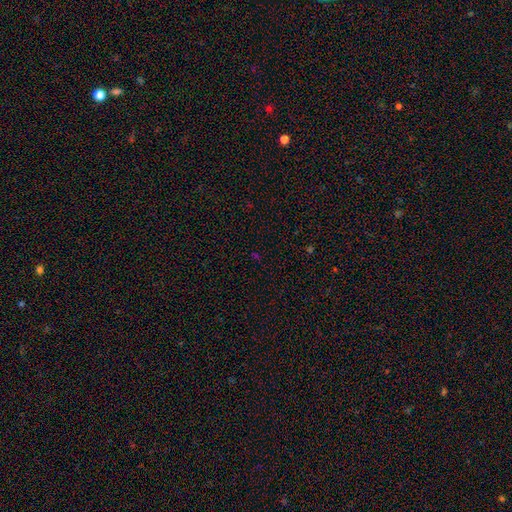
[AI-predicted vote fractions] Morphology: type=star or artifact (61%).